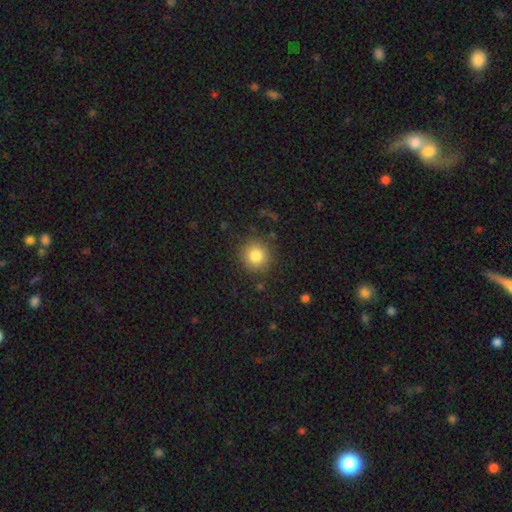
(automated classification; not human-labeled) A smooth galaxy with no disk features (82%) that is round (93%).

Vote fractions:
- Smooth or featured? smooth: 82% / star or artifact: 11% / featured or disk: 7%
- How rounded? round: 93% / in between: 6% / cigar-shaped: 1%
- Merging? none: 87% / minor disturbance: 8% / major disturbance: 3% / merger: 2%